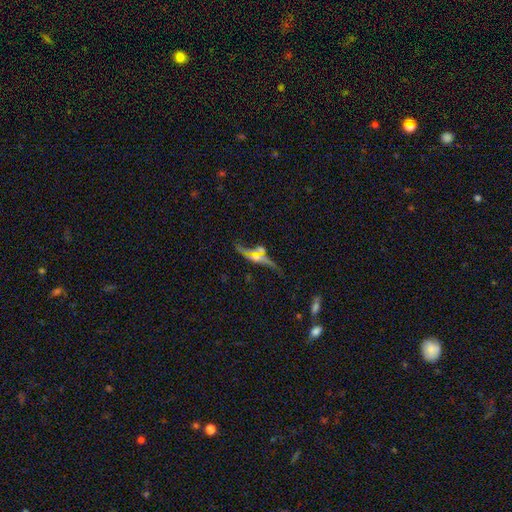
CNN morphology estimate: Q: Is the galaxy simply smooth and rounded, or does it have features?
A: featured or disk — 69%.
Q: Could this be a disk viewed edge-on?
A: yes — 60%.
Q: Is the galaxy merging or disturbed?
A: none — 50%.